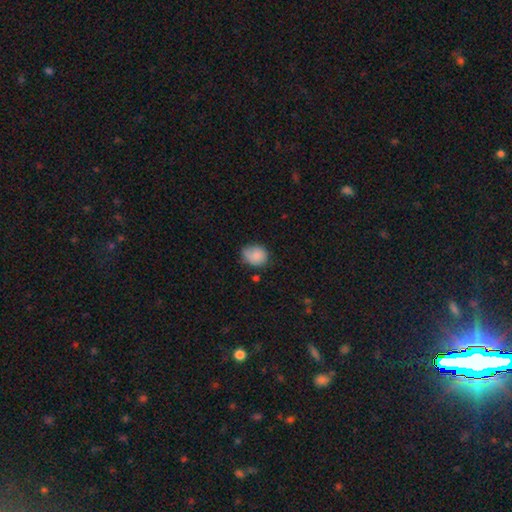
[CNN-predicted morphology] smooth 83%, featured or disk 9%, star or artifact 8%. Down the decision tree: how rounded — round (56%); merging — none (57%).